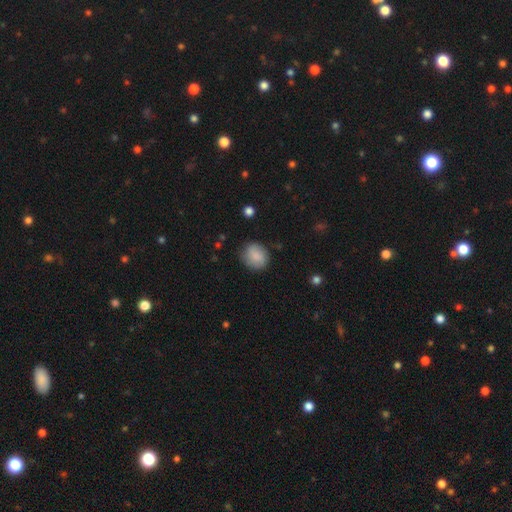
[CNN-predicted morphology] Smooth or featured?
  - smooth: 82% *
  - featured or disk: 11%
  - star or artifact: 7%
How rounded?
  - round: 71% *
  - in between: 28%
  - cigar-shaped: 1%
Merging?
  - none: 78% *
  - minor disturbance: 16%
  - major disturbance: 4%
  - merger: 1%